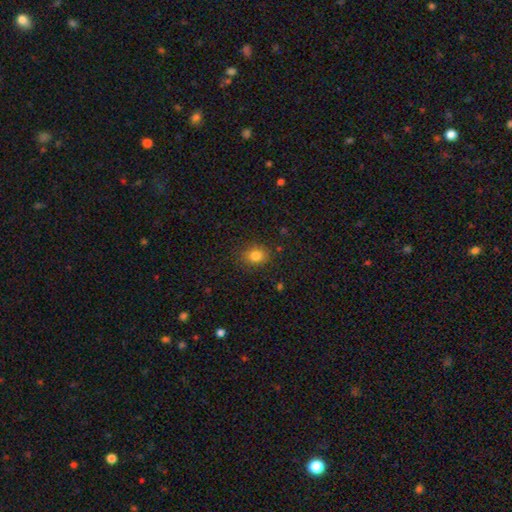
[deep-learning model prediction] This is clearly a smooth galaxy (82%). How rounded: possibly round (53%). Merging: clearly none (84%).